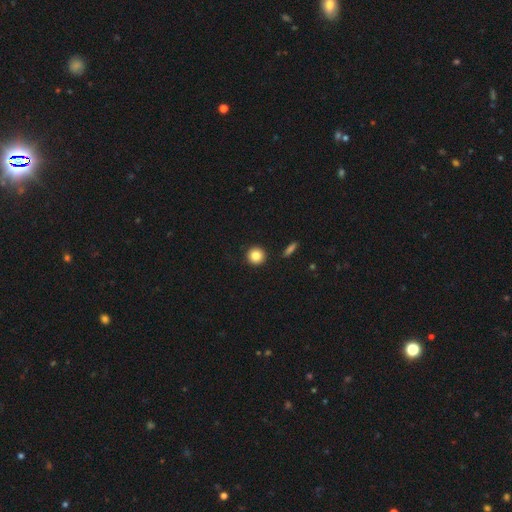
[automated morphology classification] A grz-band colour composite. It shows a smooth galaxy with no disk features (83%) that is round (94%). Merging: none (91%).